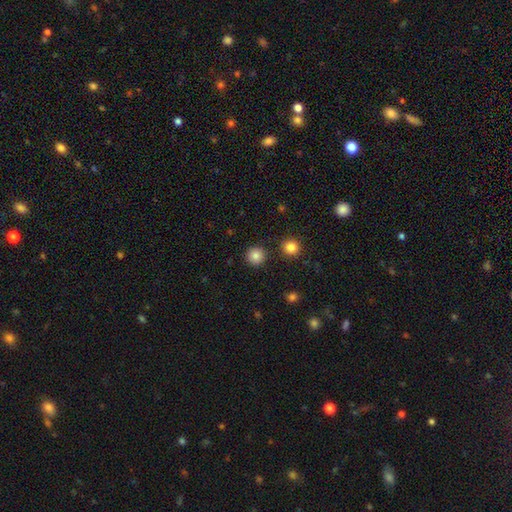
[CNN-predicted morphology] Q: Smooth or featured?
A: smooth (85%); runner-up: star or artifact (11%)
Q: How rounded?
A: round (95%); runner-up: in between (4%)
Q: Merging?
A: none (90%); runner-up: minor disturbance (5%)